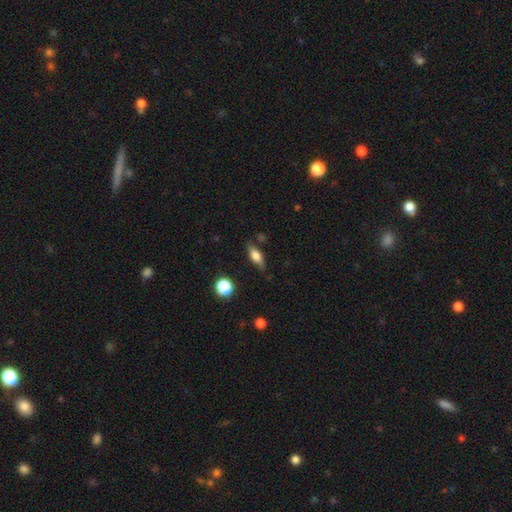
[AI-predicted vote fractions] The model was most divided on "smooth or featured": smooth: 65%, featured or disk: 27%, star or artifact: 9%. More confident: merging — none (76%); how rounded — in between (69%).